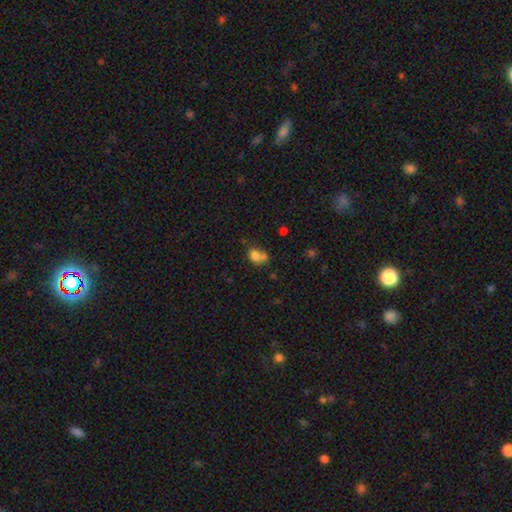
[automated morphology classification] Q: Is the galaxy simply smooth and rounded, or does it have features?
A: smooth — 74%.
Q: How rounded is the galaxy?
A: in between — 50%.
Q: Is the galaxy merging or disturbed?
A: merger — 41%.